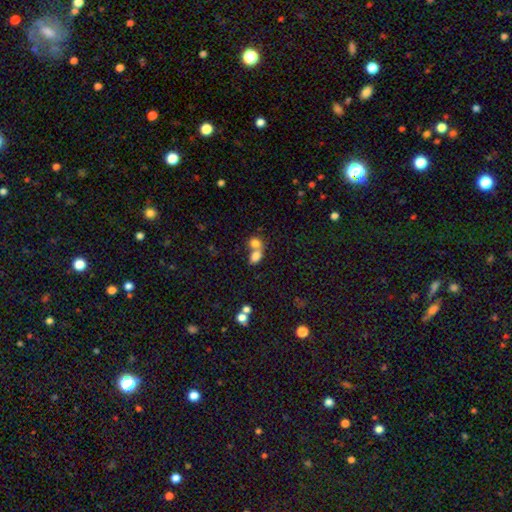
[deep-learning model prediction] Smooth or featured? Predicted: smooth (p=0.78). How rounded? Predicted: in between (p=0.75). Merging? Predicted: merger (p=0.61).